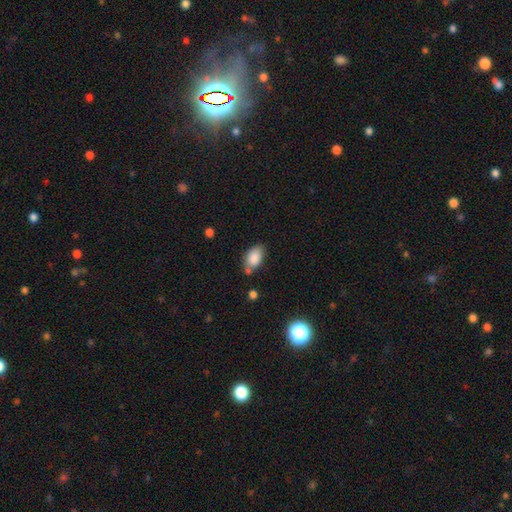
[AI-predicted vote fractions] Morphology: type=smooth (86%); roundness=in between (91%); merging=none (60%).